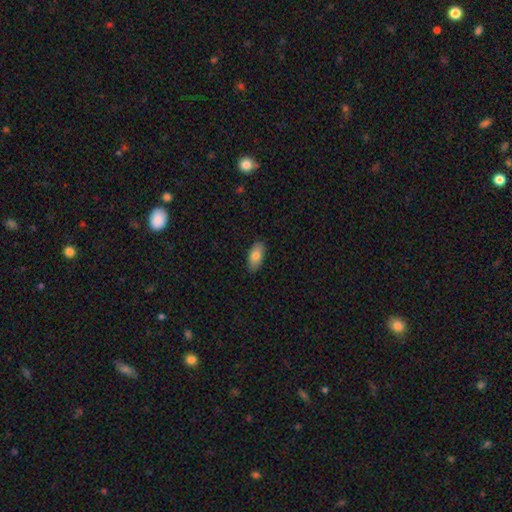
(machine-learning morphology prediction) This appears to be a smooth galaxy with no disk features (81%) that is in between round and cigar-shaped (92%). Merging: none (88%).